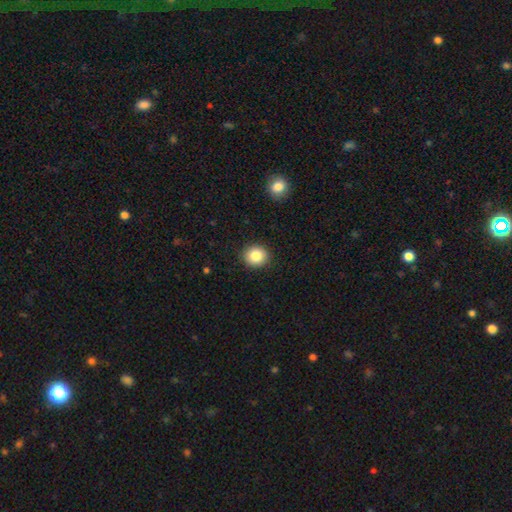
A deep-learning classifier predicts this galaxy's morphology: Smooth or featured? Predicted: smooth (p=0.84). How rounded? Predicted: round (p=0.80). Merging? Predicted: none (p=0.91).